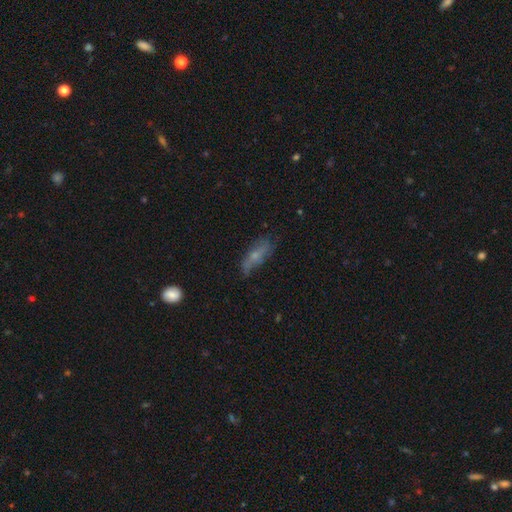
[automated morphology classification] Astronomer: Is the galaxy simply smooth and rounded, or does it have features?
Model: smooth — 51% (runner-up: featured or disk, 40%).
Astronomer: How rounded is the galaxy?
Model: in between — 54% (runner-up: cigar-shaped, 43%).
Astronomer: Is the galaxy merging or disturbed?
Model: none — 58%.